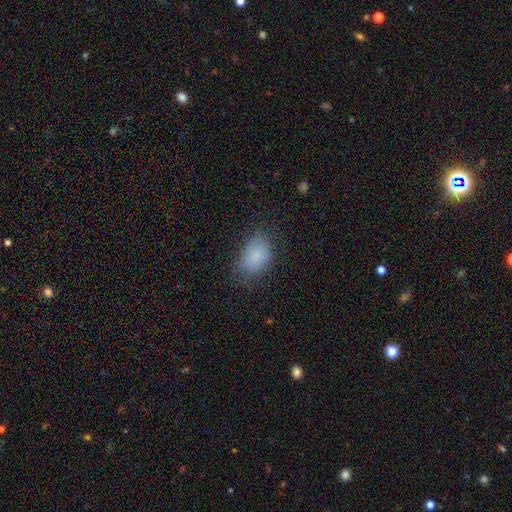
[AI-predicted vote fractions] Morphology: type=smooth (83%); roundness=in between (82%); merging=none (65%).